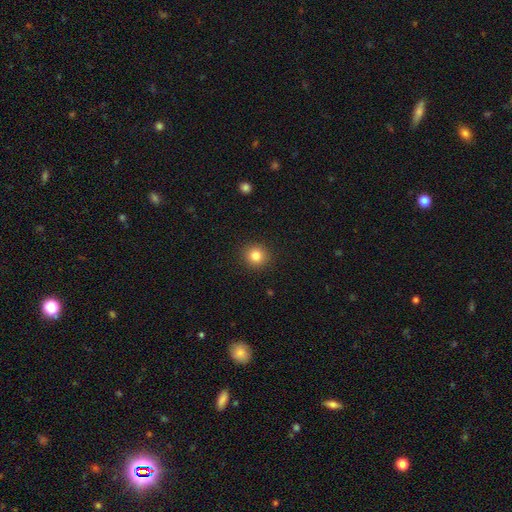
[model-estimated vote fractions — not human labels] Smooth or featured?
  - smooth: 83% *
  - star or artifact: 11%
  - featured or disk: 6%
How rounded?
  - round: 92% *
  - in between: 7%
  - cigar-shaped: 1%
Merging?
  - none: 92% *
  - minor disturbance: 5%
  - major disturbance: 2%
  - merger: 1%